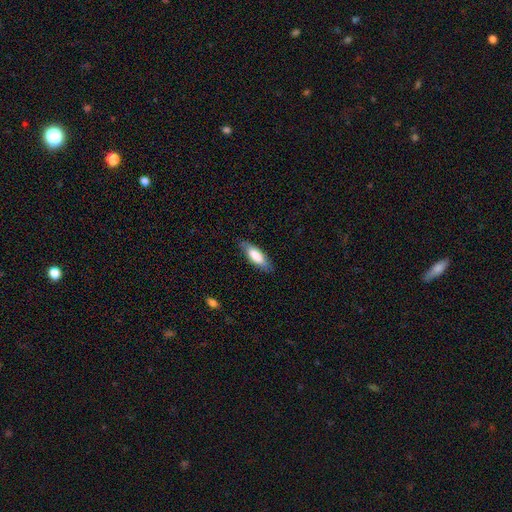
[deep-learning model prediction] Smooth or featured? smooth (74%)
How rounded? in between (63%)
Merging? none (82%)